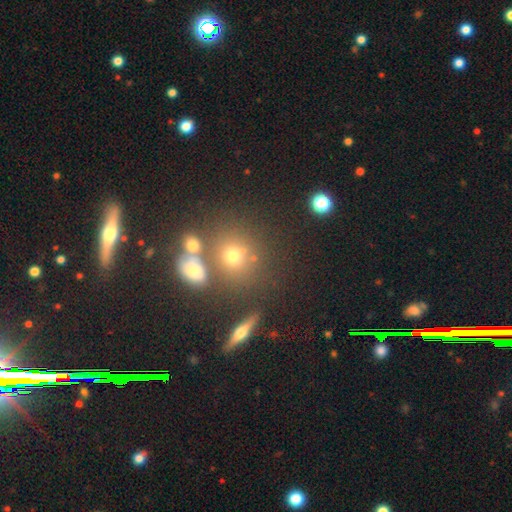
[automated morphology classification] type=smooth (48%); merging=none (69%).